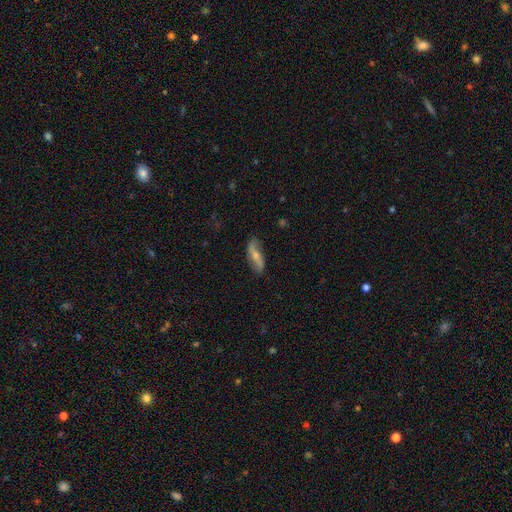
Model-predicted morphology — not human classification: Q: Smooth or featured?
A: featured or disk (55%); runner-up: smooth (39%)
Q: Edge-on disk?
A: no (76%); runner-up: yes (24%)
Q: Merging?
A: none (78%); runner-up: minor disturbance (16%)